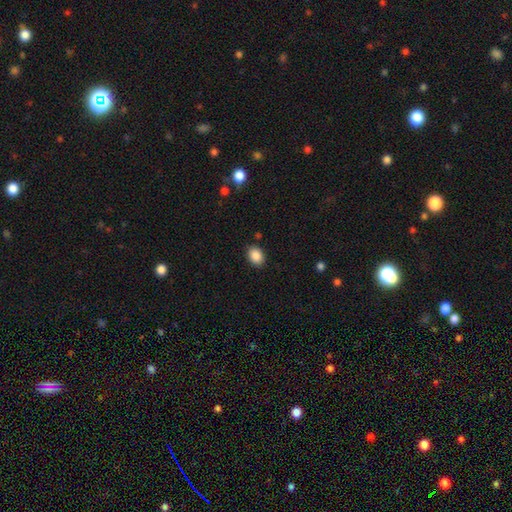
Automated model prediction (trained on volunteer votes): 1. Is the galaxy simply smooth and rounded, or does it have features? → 88% smooth, 8% star or artifact, 3% featured or disk.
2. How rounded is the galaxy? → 71% in between, 28% round, 1% cigar-shaped.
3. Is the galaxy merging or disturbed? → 86% none, 10% minor disturbance, 2% major disturbance, 1% merger.